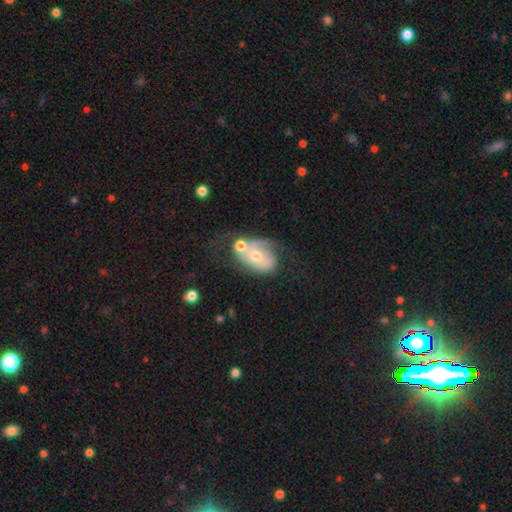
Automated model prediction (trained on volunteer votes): Morphology: type=featured or disk (53%); edge-on=no (95%); bar=no (75%); spiral arms=yes (56%); bulge=moderate (68%); merging=merger (34%).